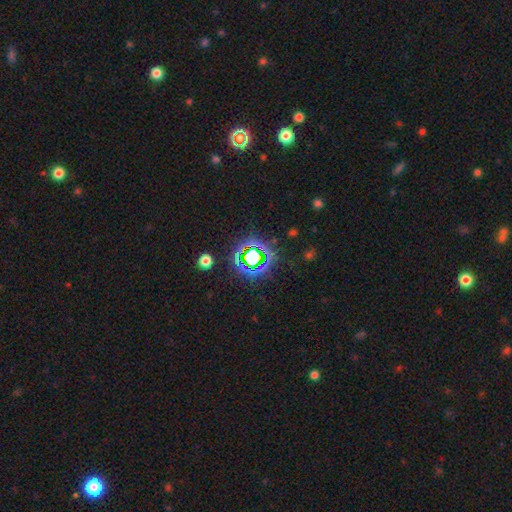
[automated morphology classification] This is likely a star or artifact rather than a galaxy (71%).